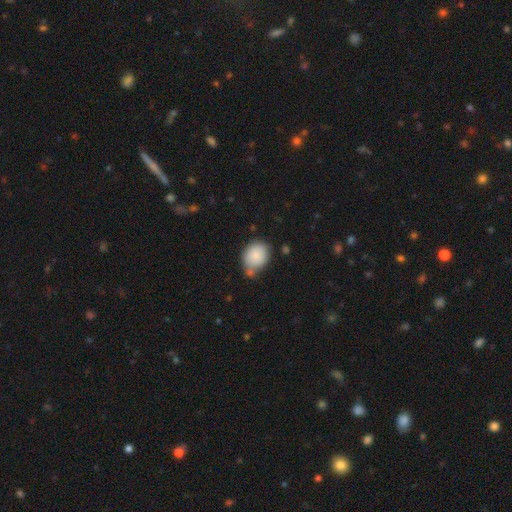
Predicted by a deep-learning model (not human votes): A smooth galaxy with no disk features (86%) that is round (54%).

Vote fractions:
- Smooth or featured? smooth: 86% / star or artifact: 7% / featured or disk: 7%
- How rounded? round: 54% / in between: 45% / cigar-shaped: 1%
- Merging? none: 57% / minor disturbance: 25% / merger: 12% / major disturbance: 6%